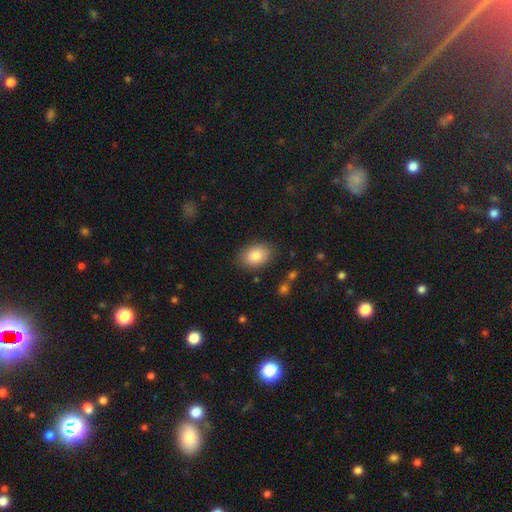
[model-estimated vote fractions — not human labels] Morphology: type=smooth (84%); roundness=in between (80%); merging=none (85%).